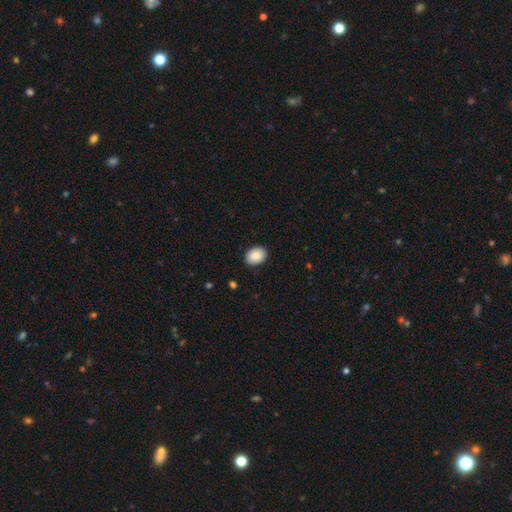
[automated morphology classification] Smooth or featured? Predicted: smooth (p=0.85). How rounded? Predicted: in between (p=0.69). Merging? Predicted: none (p=0.89).